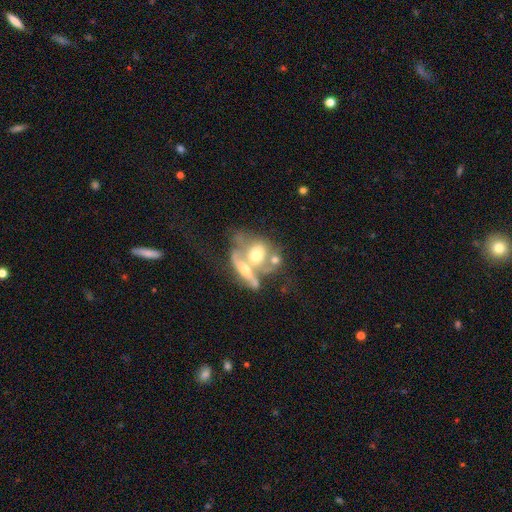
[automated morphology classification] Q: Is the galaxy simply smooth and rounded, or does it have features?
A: featured or disk — 58%.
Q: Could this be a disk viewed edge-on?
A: no — 76%.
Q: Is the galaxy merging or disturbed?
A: merger — 68%.